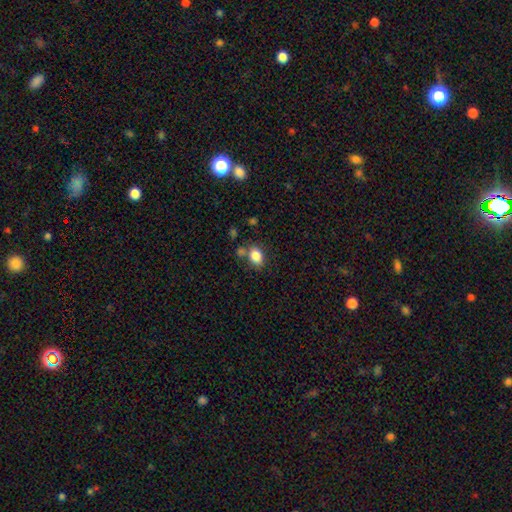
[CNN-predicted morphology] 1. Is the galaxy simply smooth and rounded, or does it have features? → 85% smooth, 9% star or artifact, 6% featured or disk.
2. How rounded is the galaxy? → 71% in between, 28% round, 1% cigar-shaped.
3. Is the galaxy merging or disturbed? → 64% none, 16% merger, 15% minor disturbance, 5% major disturbance.